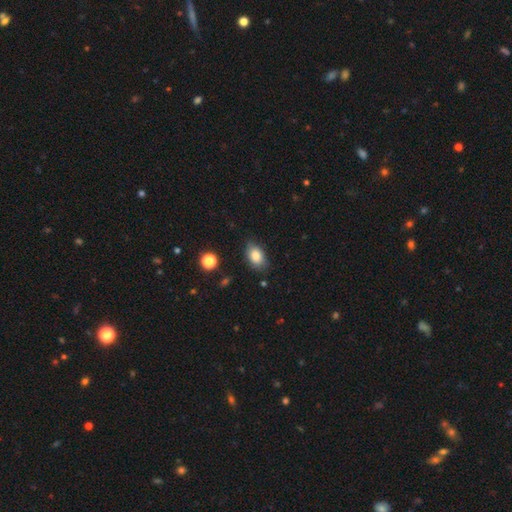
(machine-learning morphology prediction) Smooth or featured?
  - smooth: 83% *
  - featured or disk: 9%
  - star or artifact: 8%
How rounded?
  - in between: 87% *
  - round: 12%
  - cigar-shaped: 2%
Merging?
  - none: 78% *
  - minor disturbance: 17%
  - major disturbance: 3%
  - merger: 2%